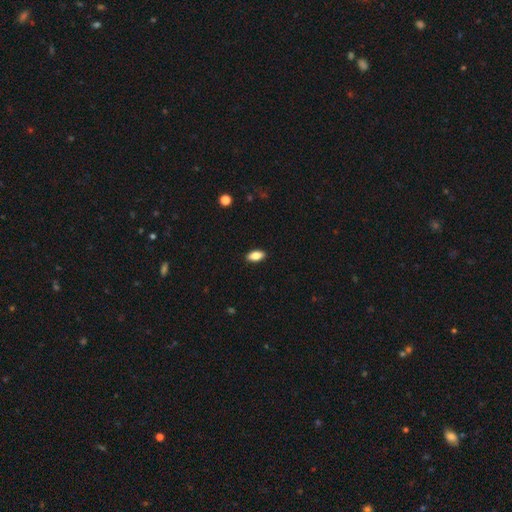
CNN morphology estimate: Overall: smooth (85%). How rounded: in between (90%). Merging: none (90%).